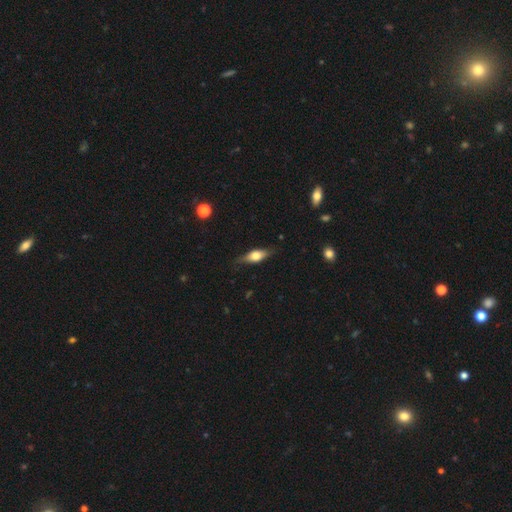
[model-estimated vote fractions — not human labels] smooth 52%, featured or disk 41%, star or artifact 7%. Down the decision tree: how rounded — in between (66%); merging — none (78%).